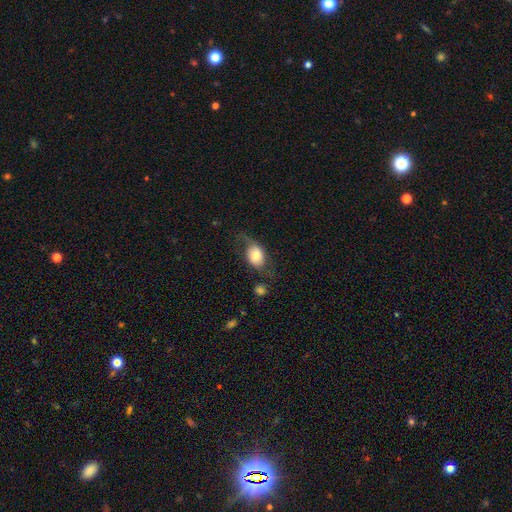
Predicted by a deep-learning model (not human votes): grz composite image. It shows a smooth galaxy with no disk features (61%) that is in between round and cigar-shaped (66%). Merging: none (48%).